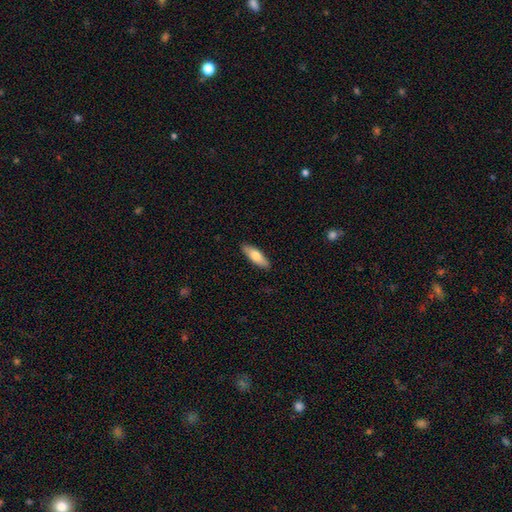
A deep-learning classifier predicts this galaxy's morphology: smooth 73%, featured or disk 21%, star or artifact 5%. Down the decision tree: how rounded — in between (58%); merging — none (89%).